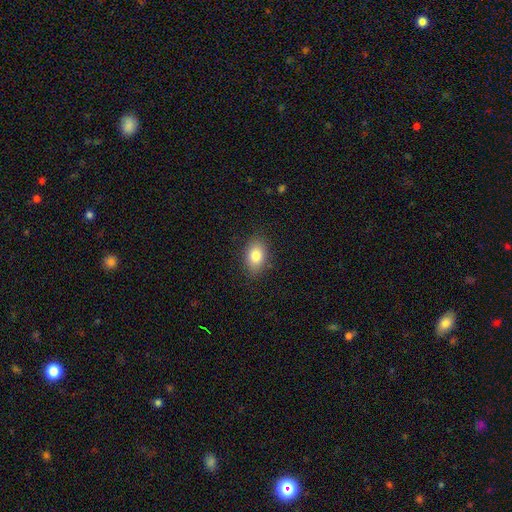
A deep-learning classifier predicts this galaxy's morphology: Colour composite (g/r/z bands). It shows a smooth galaxy with no disk features (82%) that is in between round and cigar-shaped (86%). Merging: none (87%).